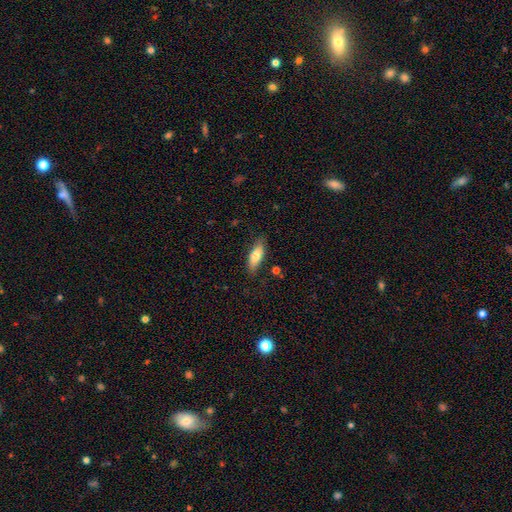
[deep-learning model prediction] This appears to be a smooth galaxy with no disk features (75%) that is in between round and cigar-shaped (63%). Merging: none (81%).